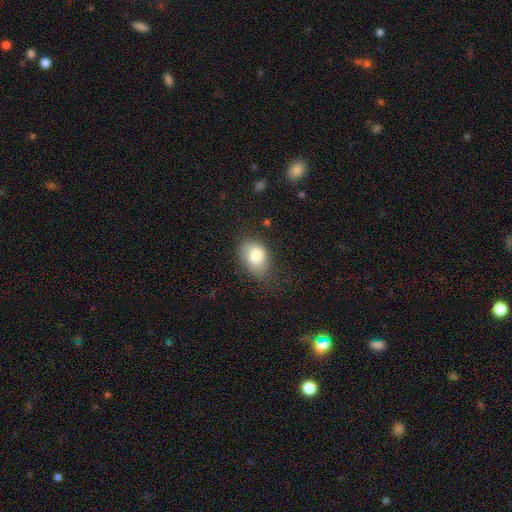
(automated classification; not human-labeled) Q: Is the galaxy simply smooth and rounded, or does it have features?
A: smooth — 83%.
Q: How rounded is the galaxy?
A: in between — 77%.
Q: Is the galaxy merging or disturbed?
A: none — 61%.